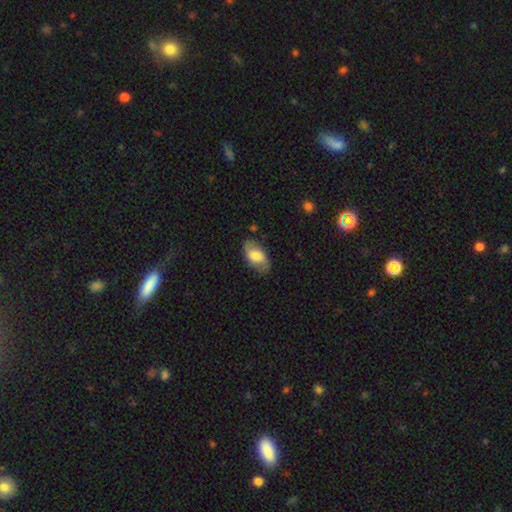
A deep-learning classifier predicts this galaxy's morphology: Smooth or featured? Predicted: smooth (p=0.62). How rounded? Predicted: in between (p=0.93). Merging? Predicted: none (p=0.74).